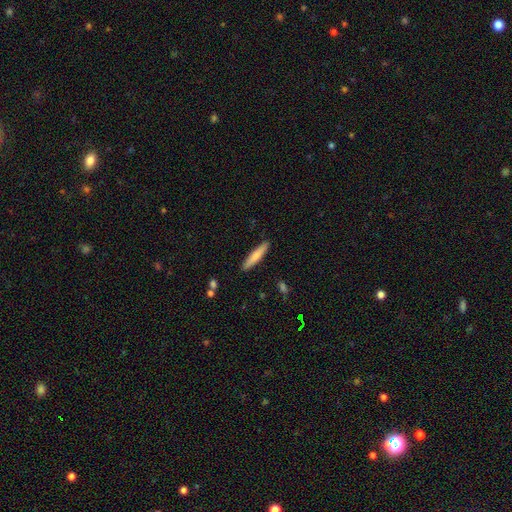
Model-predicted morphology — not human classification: A smooth galaxy with no disk features (72%) that is cigar-shaped (89%). Merging: none (90%).